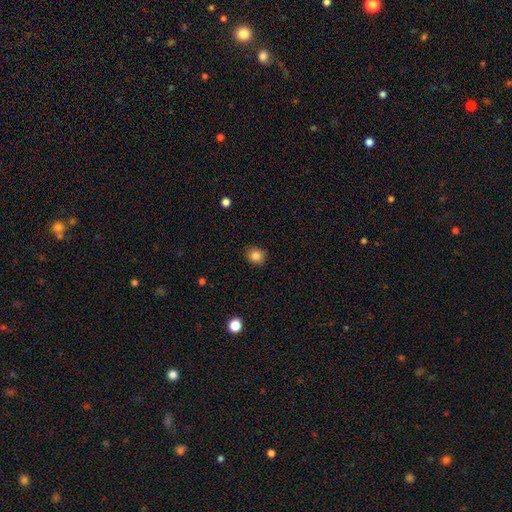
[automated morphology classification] Smooth or featured? smooth (85%)
How rounded? round (77%)
Merging? none (86%)